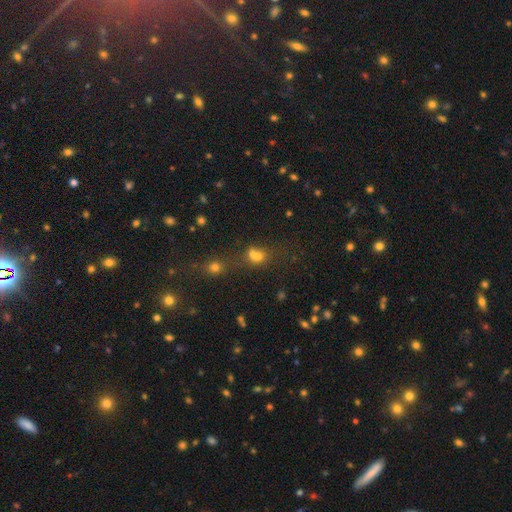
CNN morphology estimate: Smooth or featured? Predicted: smooth (p=0.64). How rounded? Predicted: round (p=0.55). Merging? Predicted: merger (p=0.52).